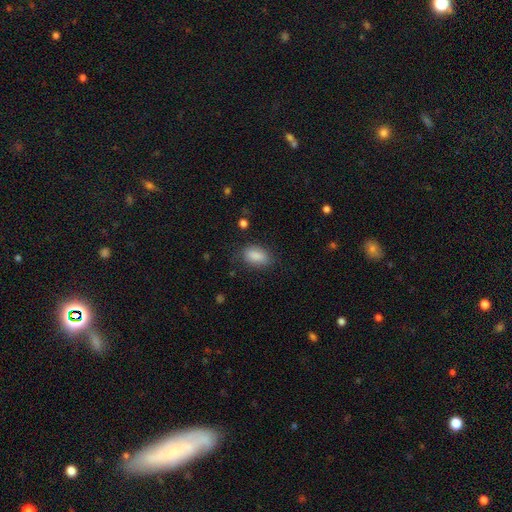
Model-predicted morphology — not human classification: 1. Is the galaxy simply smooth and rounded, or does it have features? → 87% smooth, 7% star or artifact, 6% featured or disk.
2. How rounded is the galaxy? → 90% in between, 6% round, 3% cigar-shaped.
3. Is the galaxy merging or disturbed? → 75% none, 18% minor disturbance, 5% major disturbance, 2% merger.